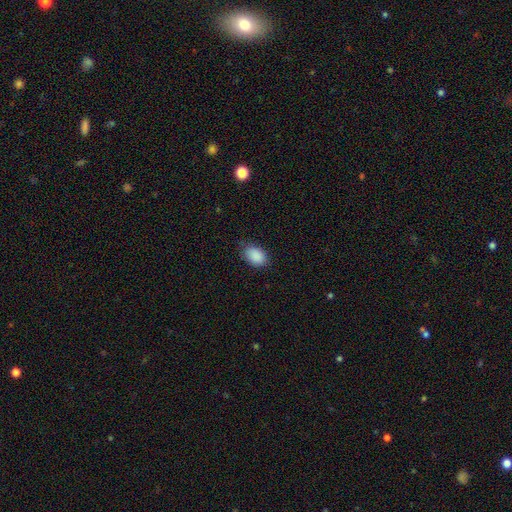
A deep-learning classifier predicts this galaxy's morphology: This is clearly a smooth galaxy (90%). How rounded: clearly in between (87%). Merging: likely none (79%).